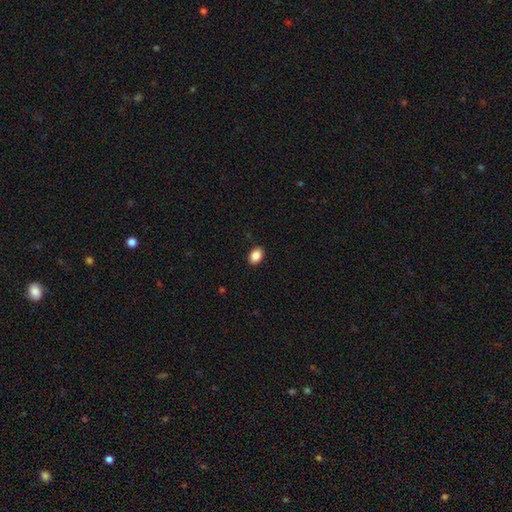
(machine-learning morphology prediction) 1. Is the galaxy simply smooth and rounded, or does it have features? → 88% smooth, 8% star or artifact, 4% featured or disk.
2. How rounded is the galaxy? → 78% in between, 21% round, 1% cigar-shaped.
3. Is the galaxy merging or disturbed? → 90% none, 7% minor disturbance, 2% major disturbance, 1% merger.